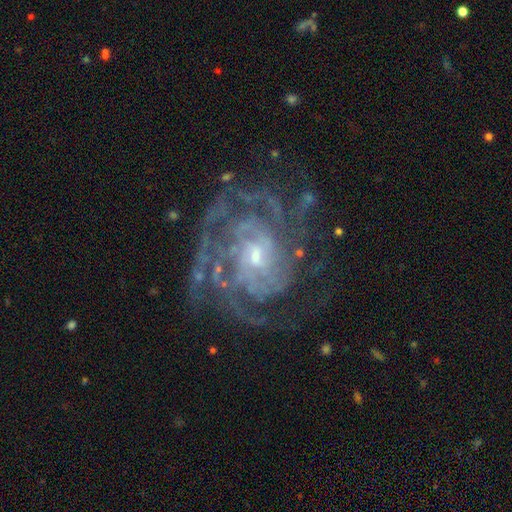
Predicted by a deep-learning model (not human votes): This is clearly a featured or disk galaxy (87%). It is clearly not viewed edge-on (97%). Bar: possibly no (53%). Spiral arm pattern: clearly yes (93%). Spiral arm count: marginally can't tell (35%). Spiral winding: possibly tight (59%). Central bulge: likely small (67%). Merging: likely none (63%).